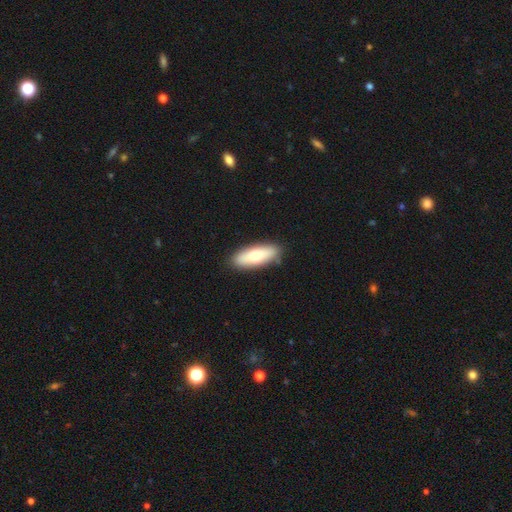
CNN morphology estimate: type=smooth (68%); roundness=in between (68%); merging=none (87%).